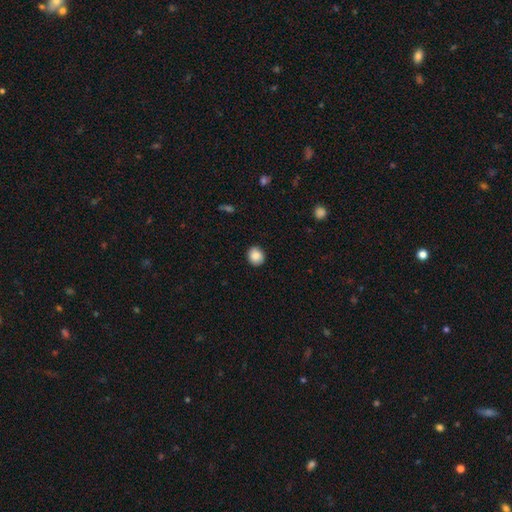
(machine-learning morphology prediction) This is clearly a smooth galaxy (88%). How rounded: likely round (72%). Merging: clearly none (90%).